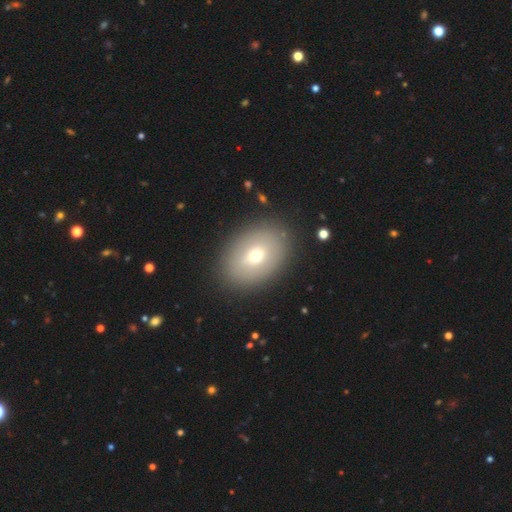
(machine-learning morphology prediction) Overall: smooth (64%; featured or disk 26%). How rounded: in between (75%). Merging: none (87%).